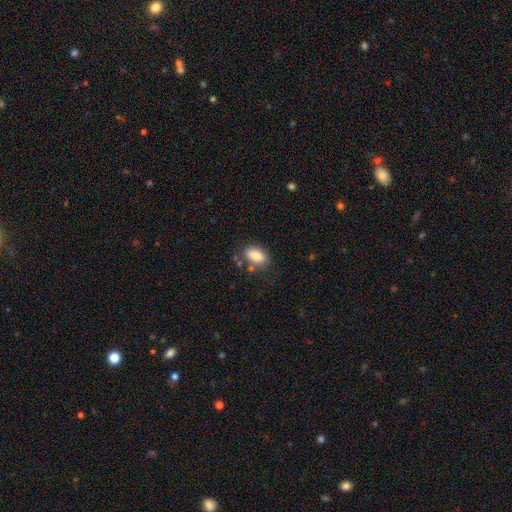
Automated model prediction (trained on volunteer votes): Overall: smooth (83%). How rounded: in between (86%). Merging: none (75%).